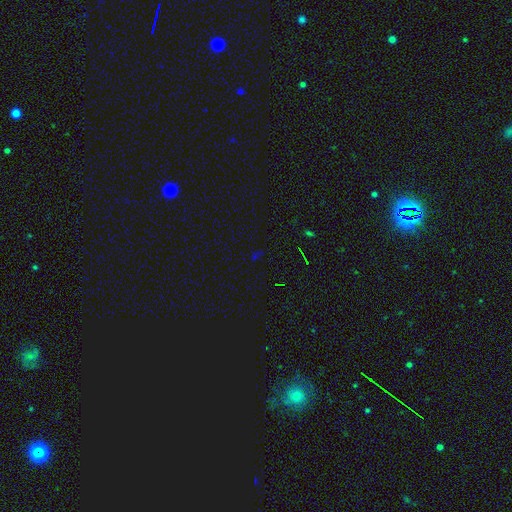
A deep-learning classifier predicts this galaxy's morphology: smooth_or_featured: star or artifact (p=0.71) [alt: smooth p=0.20]